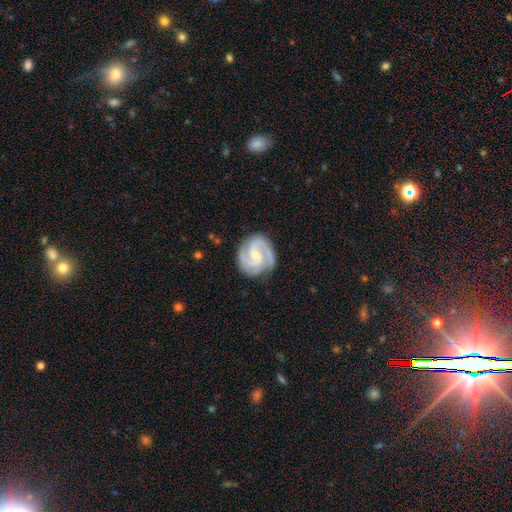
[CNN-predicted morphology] The model was most divided on "spiral winding": tight: 50%, medium: 44%, loose: 6%. Remaining: spiral arms — yes (98%); edge-on disk — no (98%); smooth or featured — featured or disk (91%); merging — none (82%); spiral arm count — 2 (64%); bulge size — small (60%); bar — weak (46%).